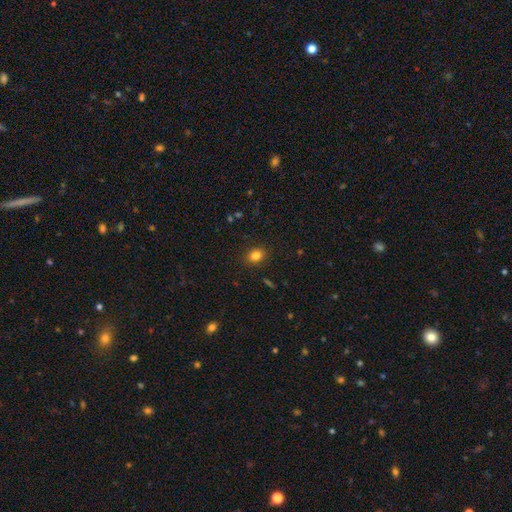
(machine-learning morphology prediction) This is clearly a smooth galaxy (82%). How rounded: possibly round (52%). Merging: clearly none (88%).